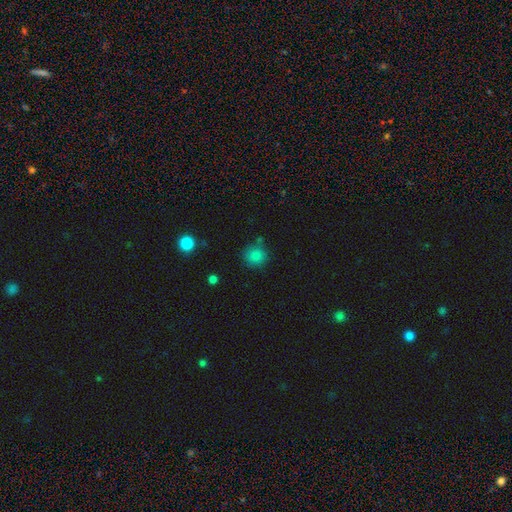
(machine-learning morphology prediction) Smooth or featured: smooth — 84% (star or artifact — 11%)
How rounded: round — 90% (in between — 9%)
Merging: none — 80% (minor disturbance — 11%)